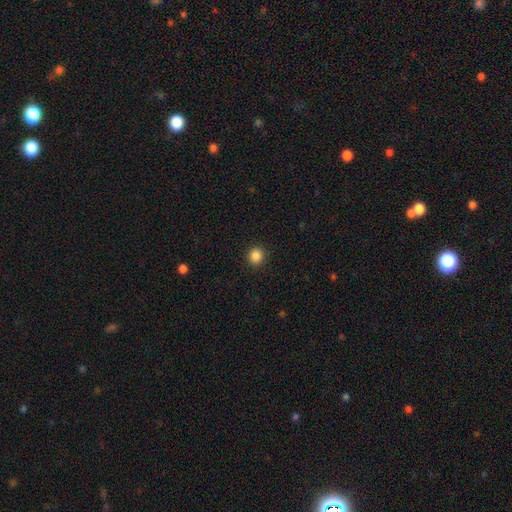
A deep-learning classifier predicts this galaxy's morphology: smooth-or-featured: smooth: 87% | star or artifact: 11% | featured or disk: 3%
  how-rounded: round: 86% | in between: 13% | cigar-shaped: 1%
  merging: none: 92% | minor disturbance: 5% | major disturbance: 2% | merger: 1%